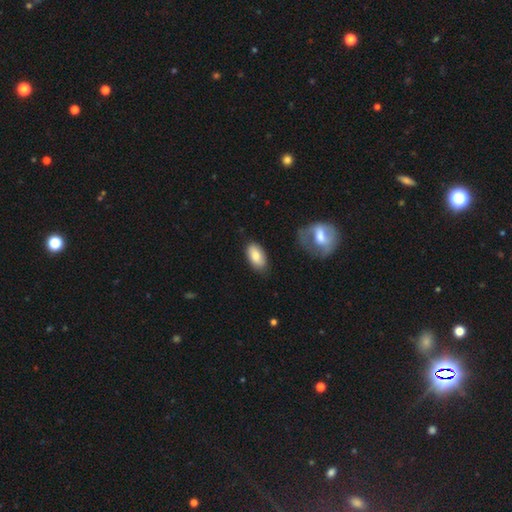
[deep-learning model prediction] This appears to be a smooth galaxy with no disk features (77%) that is in between round and cigar-shaped (93%). Merging: none (81%).